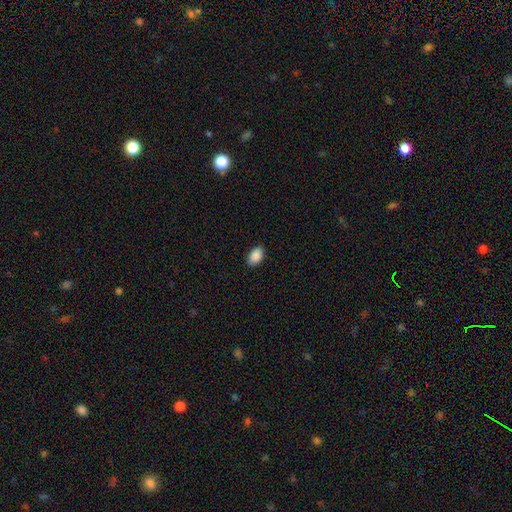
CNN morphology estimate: Smooth or featured? Predicted: smooth (p=0.90). How rounded? Predicted: in between (p=0.89). Merging? Predicted: none (p=0.87).